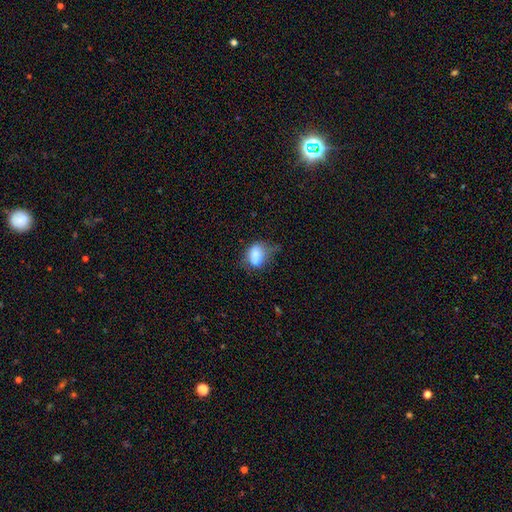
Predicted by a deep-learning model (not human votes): The model was most divided on "merging": none: 35%, minor disturbance: 30%, merger: 19%, major disturbance: 16%. More confident: smooth or featured — smooth (70%); how rounded — in between (68%).